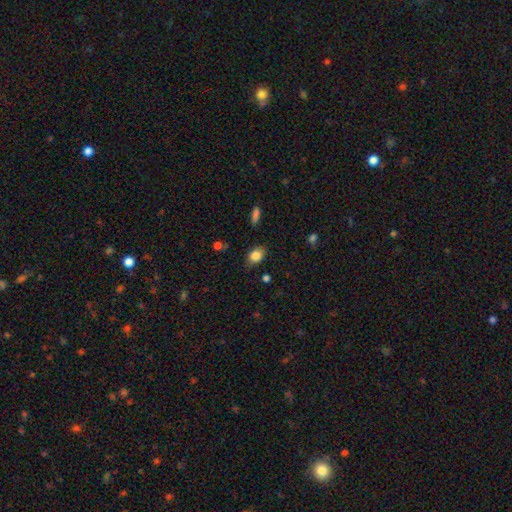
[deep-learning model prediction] Morphology: type=smooth (83%); roundness=in between (77%); merging=none (81%).